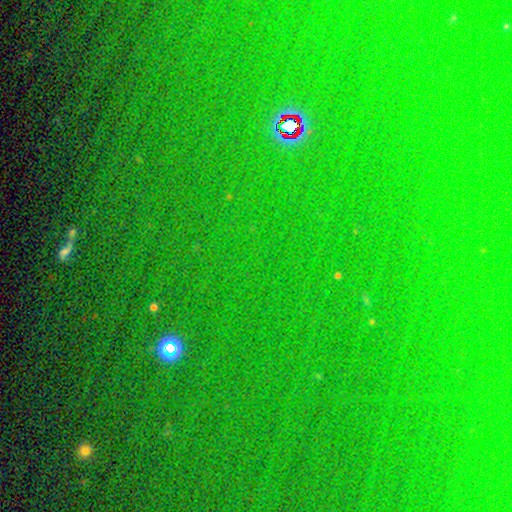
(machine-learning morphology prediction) Overall: star or artifact (79%).